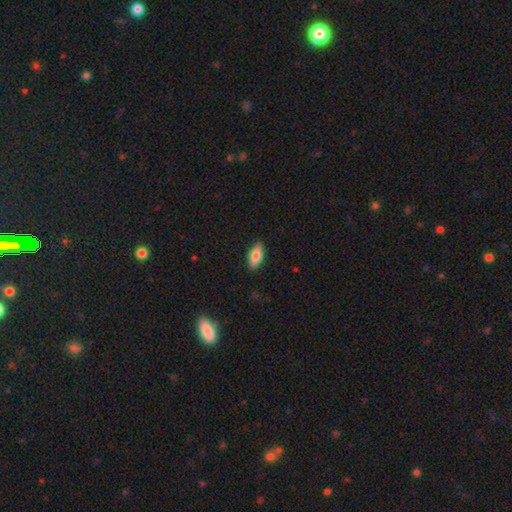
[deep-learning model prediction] This appears to be a smooth galaxy with no disk features (73%) that is in between round and cigar-shaped (84%). Merging: none (87%).